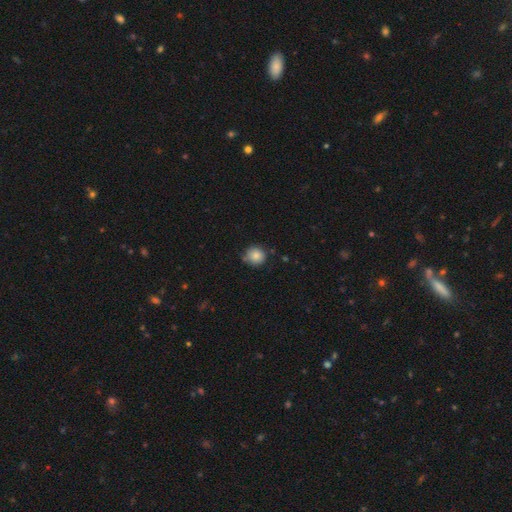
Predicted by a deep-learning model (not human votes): Smooth or featured? Predicted: smooth (p=0.84). How rounded? Predicted: round (p=0.91). Merging? Predicted: none (p=0.75).